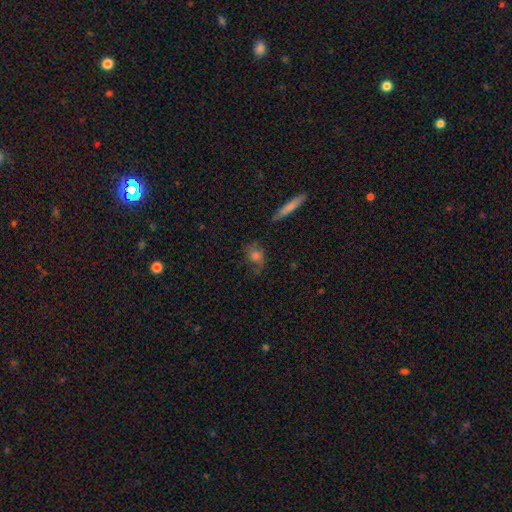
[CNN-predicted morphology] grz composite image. It shows a smooth galaxy with no disk features (49%). Merging: none (59%).